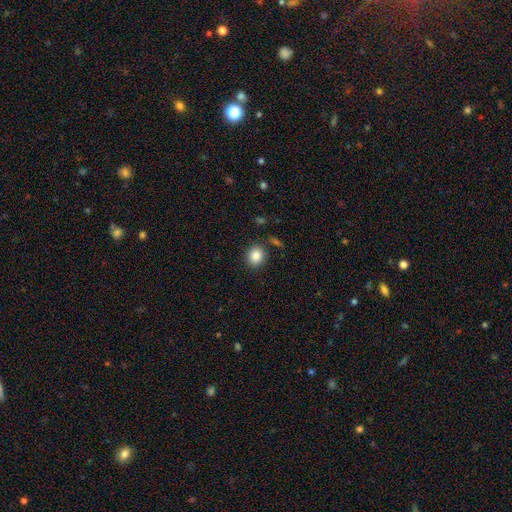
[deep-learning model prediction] Smooth or featured?
  - smooth: 86% *
  - star or artifact: 9%
  - featured or disk: 5%
How rounded?
  - round: 77% *
  - in between: 22%
  - cigar-shaped: 1%
Merging?
  - none: 84% *
  - minor disturbance: 9%
  - merger: 3%
  - major disturbance: 3%